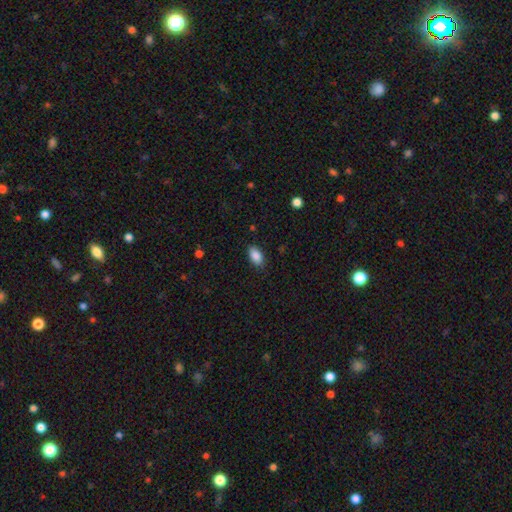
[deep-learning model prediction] Smooth or featured? smooth (88%)
How rounded? in between (92%)
Merging? none (86%)